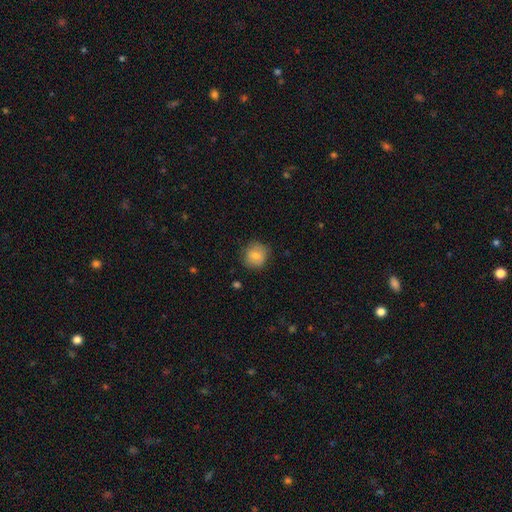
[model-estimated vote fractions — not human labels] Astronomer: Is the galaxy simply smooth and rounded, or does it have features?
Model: smooth — 80%.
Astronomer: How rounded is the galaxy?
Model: round — 86%.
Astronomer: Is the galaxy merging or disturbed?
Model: none — 82%.